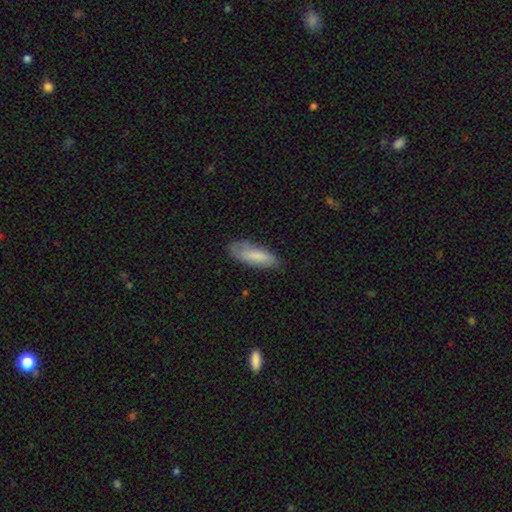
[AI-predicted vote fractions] Smooth or featured? Predicted: smooth (p=0.80). How rounded? Predicted: in between (p=0.56). Merging? Predicted: none (p=0.68).